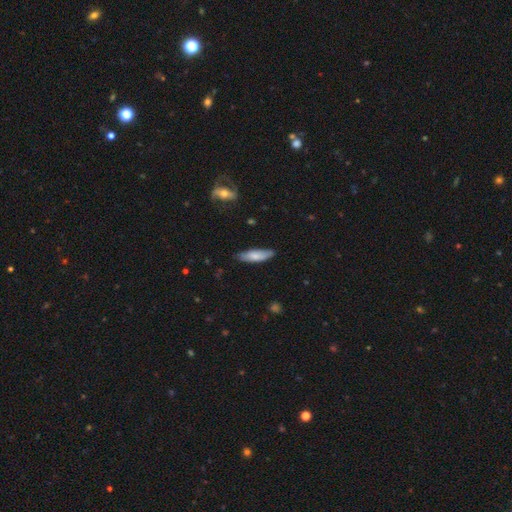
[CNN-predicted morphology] smooth-or-featured: smooth: 77% | featured or disk: 17% | star or artifact: 6%
  how-rounded: cigar-shaped: 54% | in between: 44% | round: 2%
  merging: none: 79% | minor disturbance: 17% | major disturbance: 2% | merger: 1%